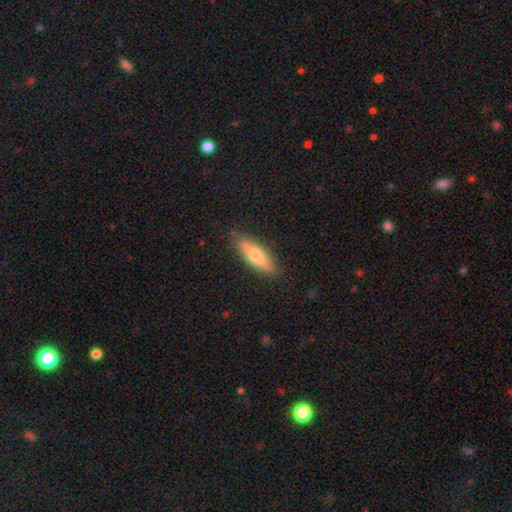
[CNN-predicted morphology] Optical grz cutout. It shows a smooth galaxy with no disk features (56%) that is cigar-shaped (64%). Merging: none (86%).